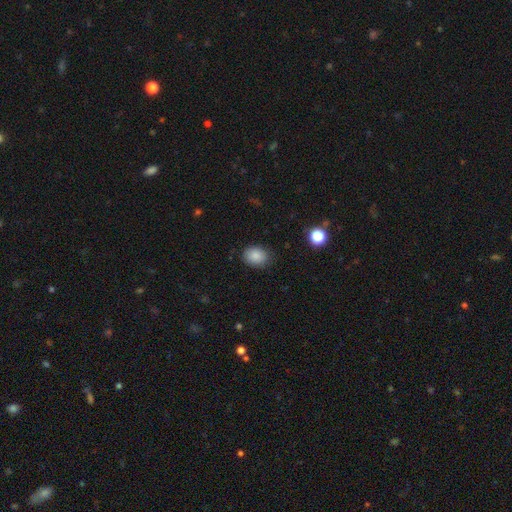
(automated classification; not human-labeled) Q: Smooth or featured?
A: smooth (86%); runner-up: star or artifact (9%)
Q: How rounded?
A: in between (56%); runner-up: round (43%)
Q: Merging?
A: none (83%); runner-up: minor disturbance (13%)